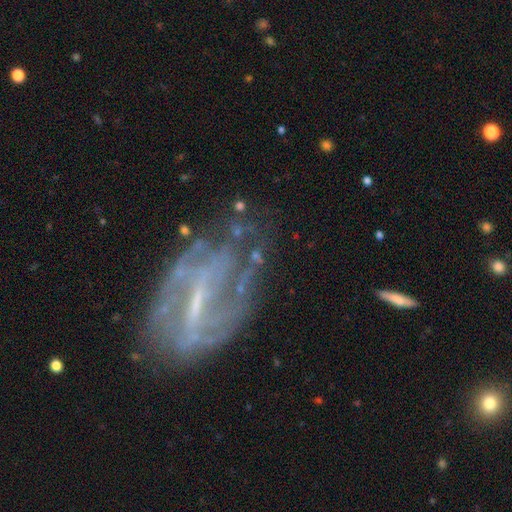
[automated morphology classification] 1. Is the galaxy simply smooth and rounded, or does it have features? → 81% featured or disk, 10% smooth, 9% star or artifact.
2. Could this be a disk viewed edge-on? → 93% no, 7% yes.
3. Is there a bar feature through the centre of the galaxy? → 49% strong, 38% weak, 14% no.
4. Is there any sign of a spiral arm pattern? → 78% yes, 22% no.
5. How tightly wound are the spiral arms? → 39% tight (tied), 39% medium (tied), 23% loose.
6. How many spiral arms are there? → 41% can't tell, 37% 2, 9% 3, 5% 1, 5% 4, 3% more than 4.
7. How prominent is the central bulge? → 53% small, 26% none, 18% moderate, 2% large, 1% dominant.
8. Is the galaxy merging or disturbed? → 57% none, 23% minor disturbance, 17% major disturbance, 3% merger.